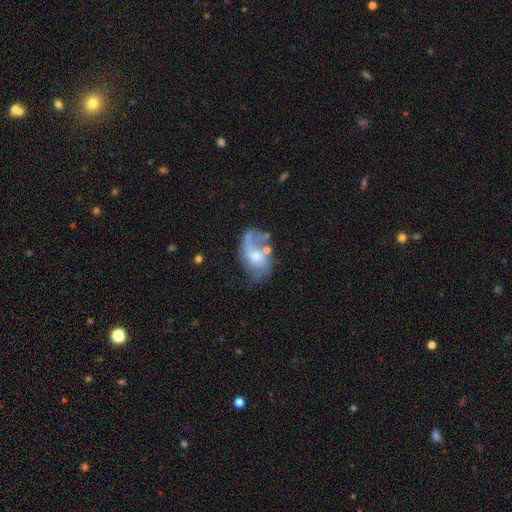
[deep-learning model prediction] Overall: featured or disk (72%). Edge-on disk: no (97%). Bar: no (63%; weak 32%). Spiral arms: yes (86%). Spiral arm count: 2 (60%). Spiral winding: loose (59%; medium 31%). Bulge size: moderate (51%; small 31%). Merging: none (43%; major disturbance 24%).